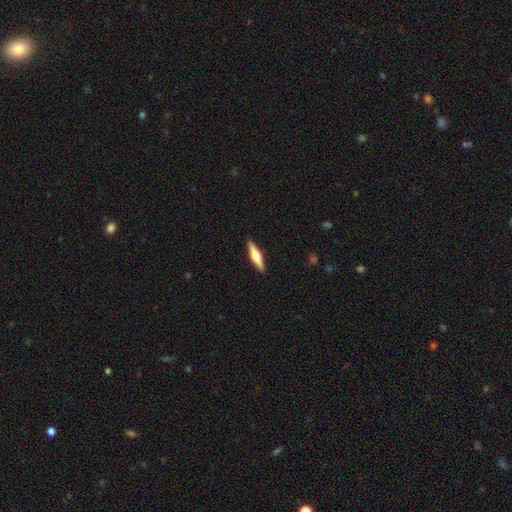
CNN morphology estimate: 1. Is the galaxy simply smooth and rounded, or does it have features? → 60% featured or disk, 35% smooth, 5% star or artifact.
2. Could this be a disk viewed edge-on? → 97% yes, 3% no.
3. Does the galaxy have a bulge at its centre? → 92% rounded, 5% boxy, 2% none.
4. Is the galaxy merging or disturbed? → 91% none, 6% minor disturbance, 1% major disturbance, 1% merger.